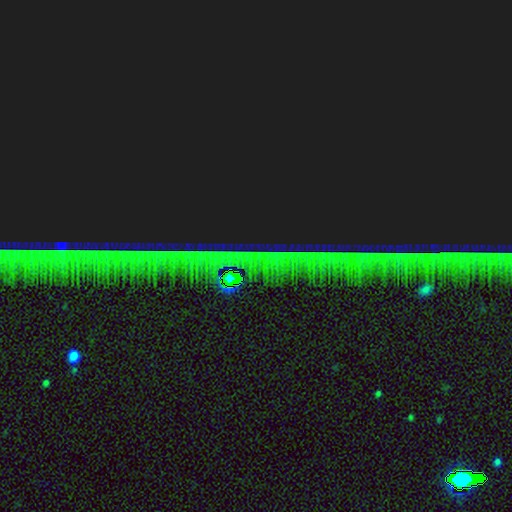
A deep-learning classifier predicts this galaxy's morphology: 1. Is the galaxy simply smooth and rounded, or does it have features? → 84% star or artifact, 8% featured or disk, 8% smooth.